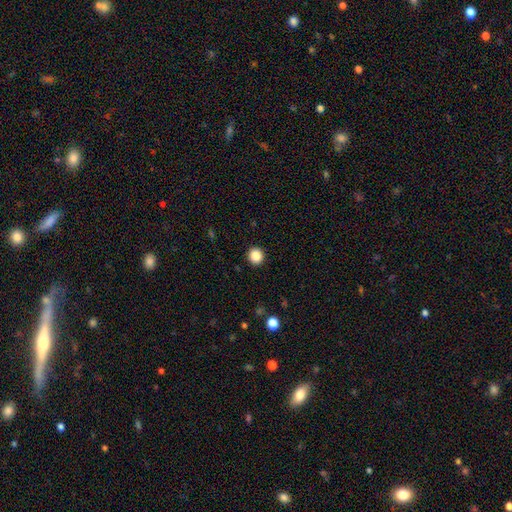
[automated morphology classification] This appears to be a smooth galaxy with no disk features (86%) that is round (91%). Merging: none (93%).